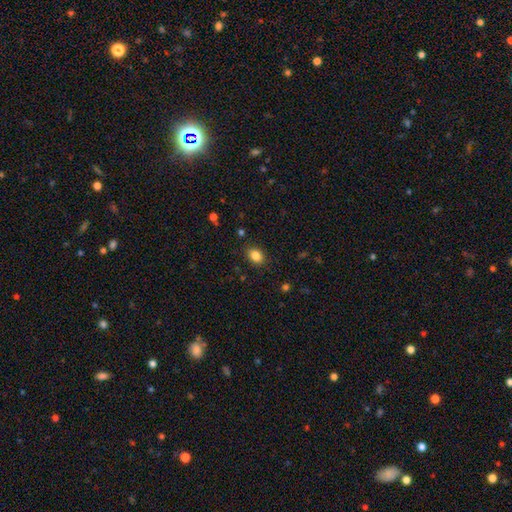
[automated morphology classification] This appears to be a smooth galaxy with no disk features (85%) that is in between round and cigar-shaped (67%). Merging: none (86%).